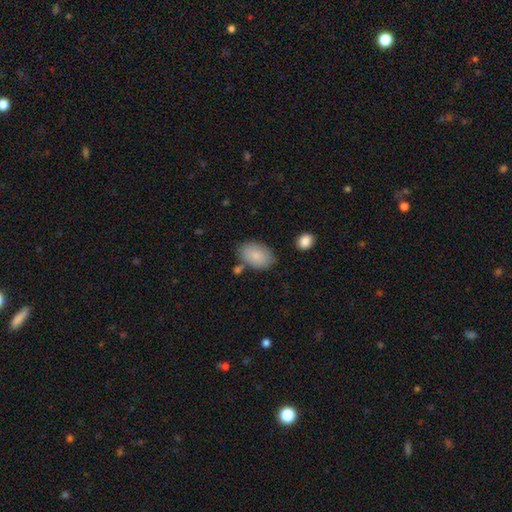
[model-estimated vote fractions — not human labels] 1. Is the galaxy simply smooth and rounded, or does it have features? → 86% smooth, 7% featured or disk, 6% star or artifact.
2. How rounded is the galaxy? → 89% in between, 10% round, 1% cigar-shaped.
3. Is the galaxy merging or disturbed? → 76% none, 15% minor disturbance, 6% merger, 4% major disturbance.